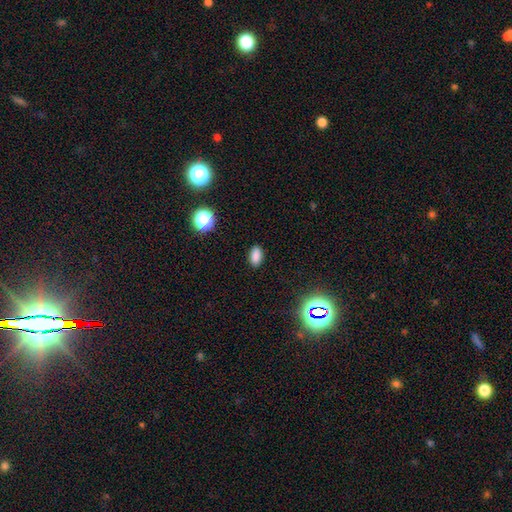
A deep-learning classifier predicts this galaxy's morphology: type=smooth (83%); roundness=in between (89%); merging=none (88%).